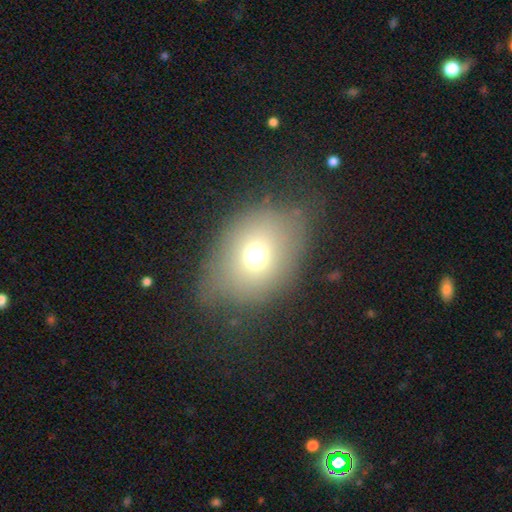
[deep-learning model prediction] Smooth or featured? Predicted: smooth (p=0.66). How rounded? Predicted: in between (p=0.52). Merging? Predicted: none (p=0.68).